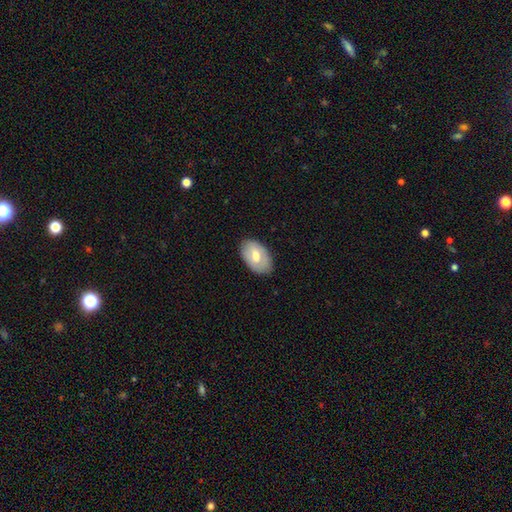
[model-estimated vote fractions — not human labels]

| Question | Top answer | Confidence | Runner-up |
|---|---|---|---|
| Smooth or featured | smooth | 61% | featured or disk (33%) |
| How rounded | in between | 92% | round (7%) |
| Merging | none | 82% | minor disturbance (14%) |